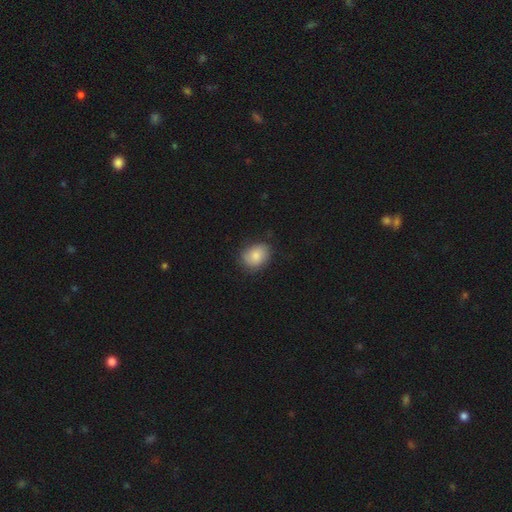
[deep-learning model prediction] Q: Smooth or featured?
A: smooth (79%); runner-up: featured or disk (14%)
Q: How rounded?
A: in between (55%); runner-up: round (44%)
Q: Merging?
A: none (72%); runner-up: minor disturbance (21%)